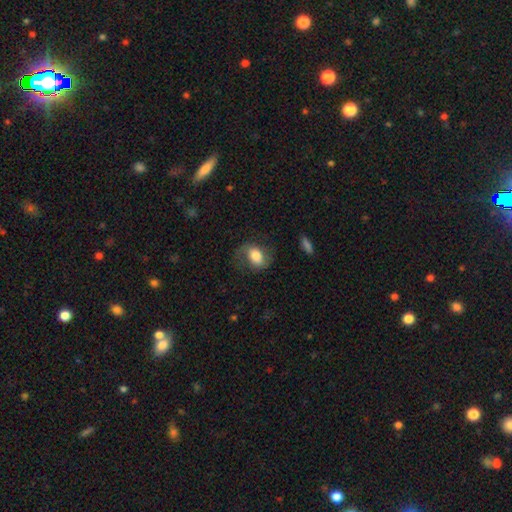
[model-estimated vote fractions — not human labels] smooth-or-featured: smooth: 61% | featured or disk: 32% | star or artifact: 7%
  how-rounded: in between: 75% | round: 23% | cigar-shaped: 2%
  merging: none: 59% | minor disturbance: 22% | major disturbance: 17% | merger: 2%